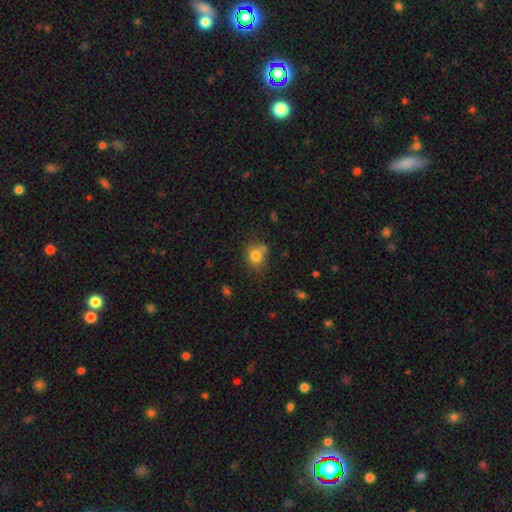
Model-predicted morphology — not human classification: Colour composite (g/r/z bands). It shows a smooth galaxy with no disk features (79%) that is round (70%). Merging: none (60%).